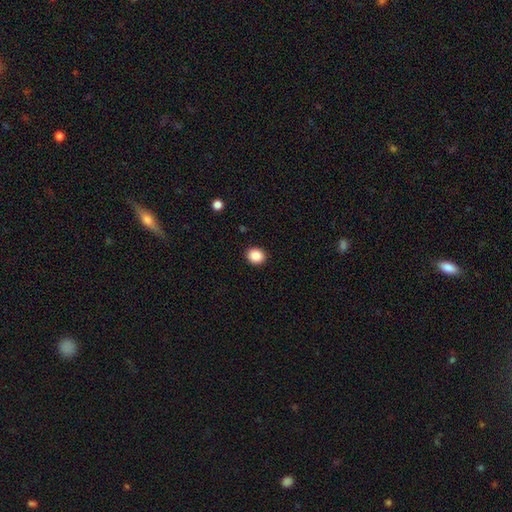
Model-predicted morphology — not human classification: A smooth galaxy with no disk features (88%) that is round (75%). Merging: none (92%).